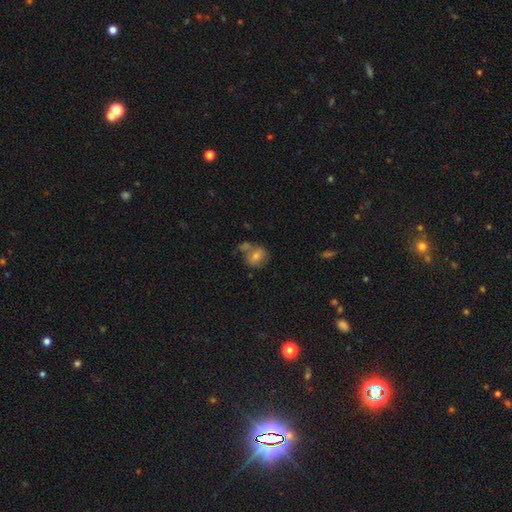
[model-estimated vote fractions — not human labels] smooth 54%, featured or disk 29%, star or artifact 17%. Down the decision tree: how rounded — round (67%); merging — none (48%).